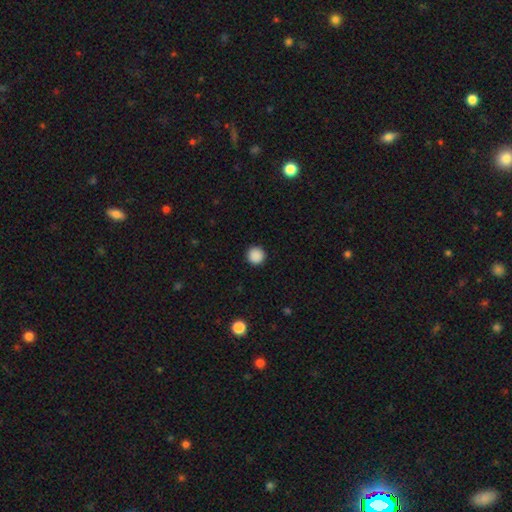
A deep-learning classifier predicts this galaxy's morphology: Smooth or featured? Predicted: smooth (p=0.89). How rounded? Predicted: round (p=0.96). Merging? Predicted: none (p=0.93).